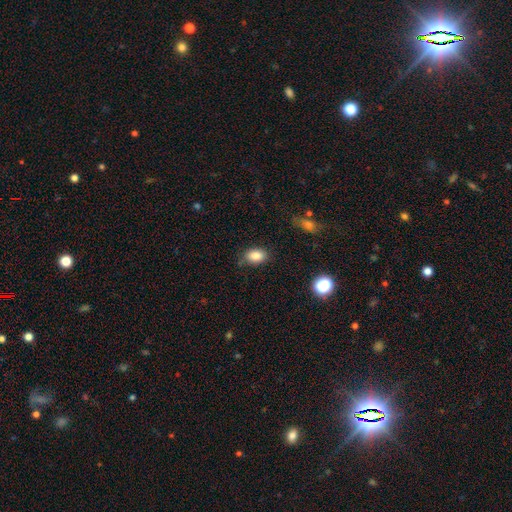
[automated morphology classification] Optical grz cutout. It shows a smooth galaxy with no disk features (85%) that is in between round and cigar-shaped (82%). Merging: none (75%).